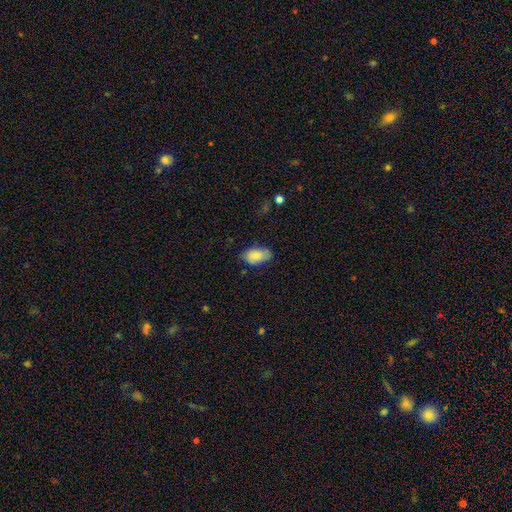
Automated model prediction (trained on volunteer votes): Smooth or featured: smooth — 82% (featured or disk — 11%)
How rounded: in between — 93% (round — 5%)
Merging: none — 70% (minor disturbance — 24%)